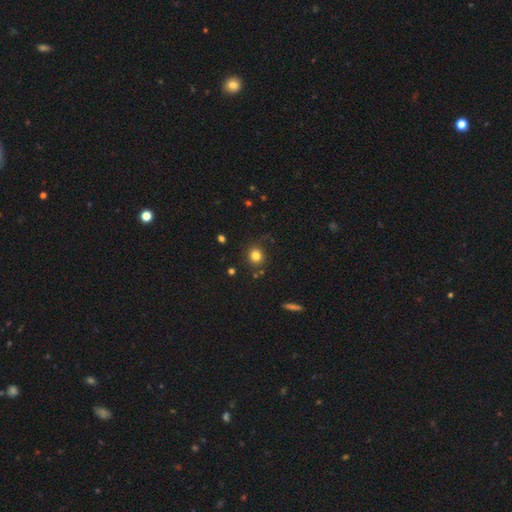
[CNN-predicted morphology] The model was most divided on "smooth or featured": smooth: 81%, star or artifact: 13%, featured or disk: 7%. More confident: how rounded — round (86%); merging — none (81%).